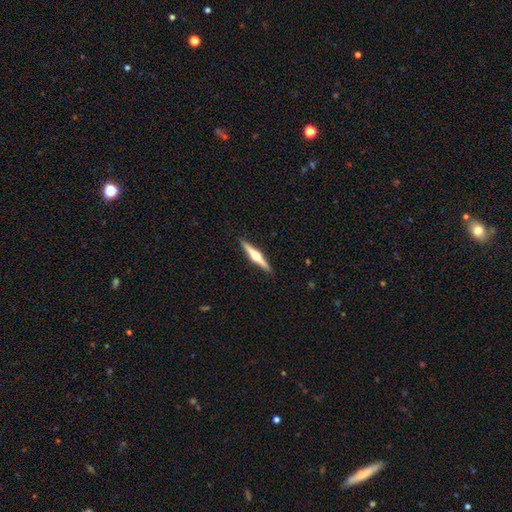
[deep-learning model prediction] Q: Smooth or featured?
A: featured or disk (74%); runner-up: smooth (21%)
Q: Edge-on disk?
A: yes (98%); runner-up: no (2%)
Q: Edge-on bulge?
A: rounded (96%); runner-up: boxy (2%)
Q: Merging?
A: none (92%); runner-up: minor disturbance (6%)